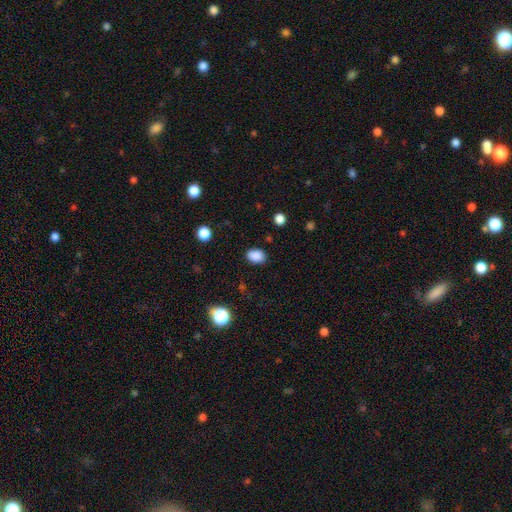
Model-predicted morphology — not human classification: smooth_or_featured: smooth (p=0.87) [alt: star or artifact p=0.10]
how_rounded: in between (p=0.75) [alt: round p=0.24]
merging: none (p=0.86) [alt: minor disturbance p=0.10]